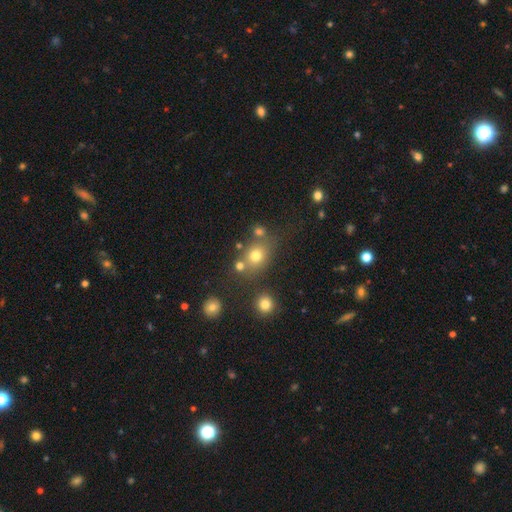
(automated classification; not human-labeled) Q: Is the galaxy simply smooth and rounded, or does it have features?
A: smooth — 71%.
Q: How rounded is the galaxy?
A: round — 64%.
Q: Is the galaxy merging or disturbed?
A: none — 65%.